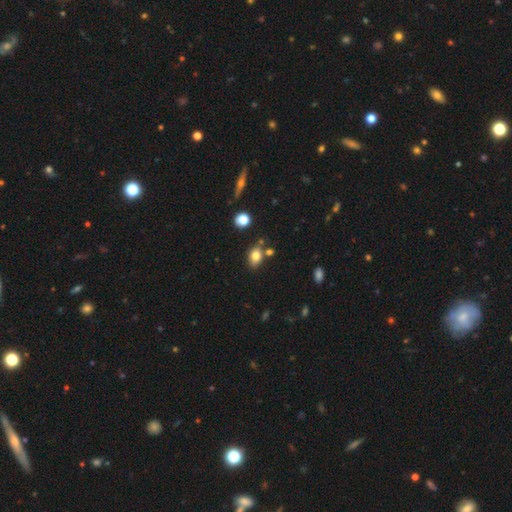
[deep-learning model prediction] smooth_or_featured: smooth (p=0.80) [alt: star or artifact p=0.11]
how_rounded: in between (p=0.77) [alt: round p=0.21]
merging: none (p=0.73) [alt: minor disturbance p=0.13]